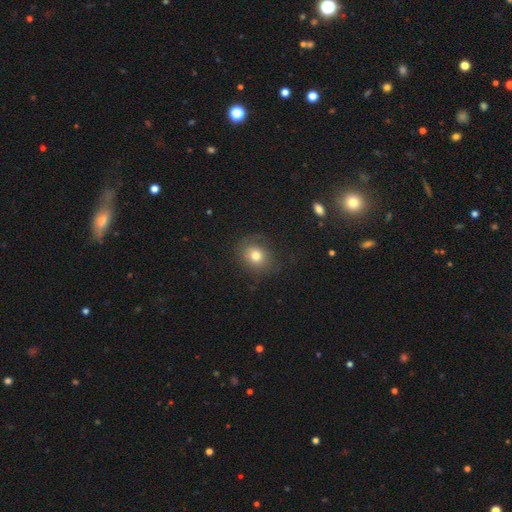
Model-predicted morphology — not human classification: This appears to be a smooth galaxy with no disk features (74%) that is round (67%). Merging: none (71%).